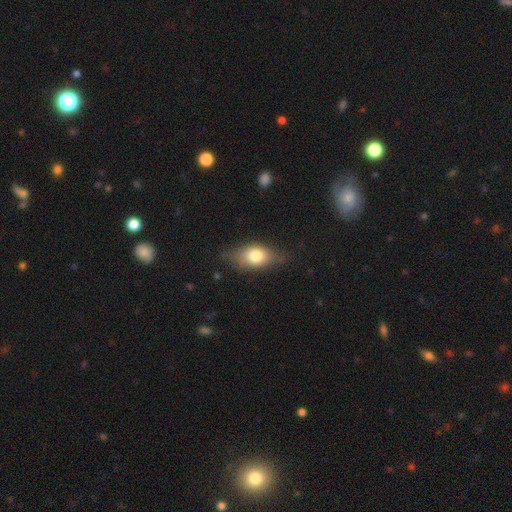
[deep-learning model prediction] Smooth or featured? smooth (72%)
How rounded? in between (80%)
Merging? none (63%)